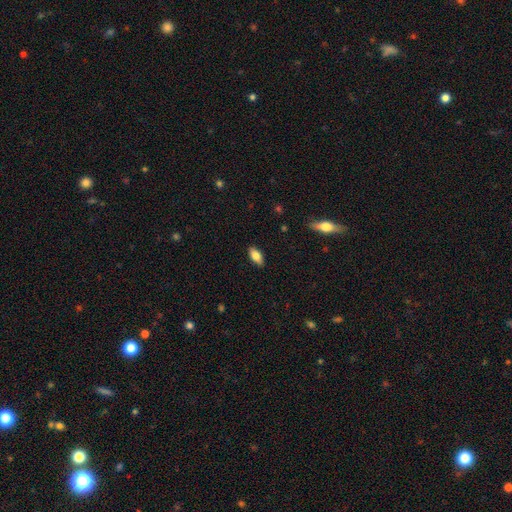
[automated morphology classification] smooth-or-featured: smooth: 78% | featured or disk: 15% | star or artifact: 7%
  how-rounded: in between: 87% | cigar-shaped: 10% | round: 3%
  merging: none: 88% | minor disturbance: 9% | major disturbance: 2% | merger: 1%